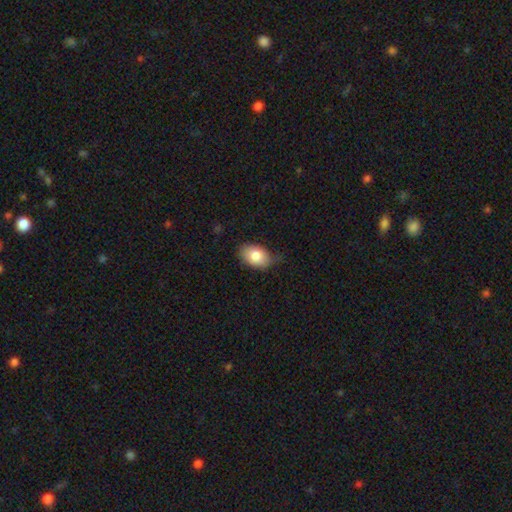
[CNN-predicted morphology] This appears to be a smooth galaxy with no disk features (81%) that is in between round and cigar-shaped (86%). Merging: none (62%).